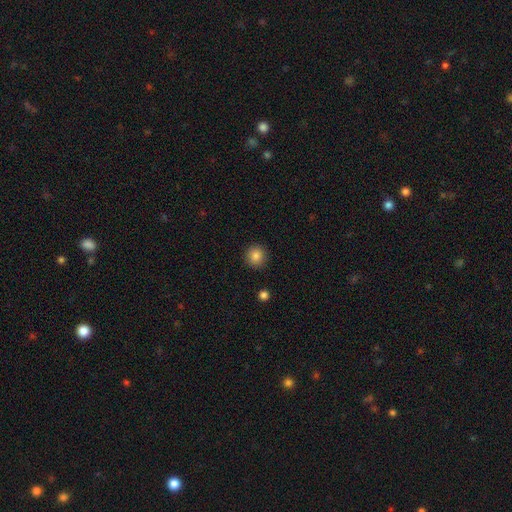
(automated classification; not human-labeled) A smooth galaxy with no disk features (85%) that is round (93%). Merging: none (91%).